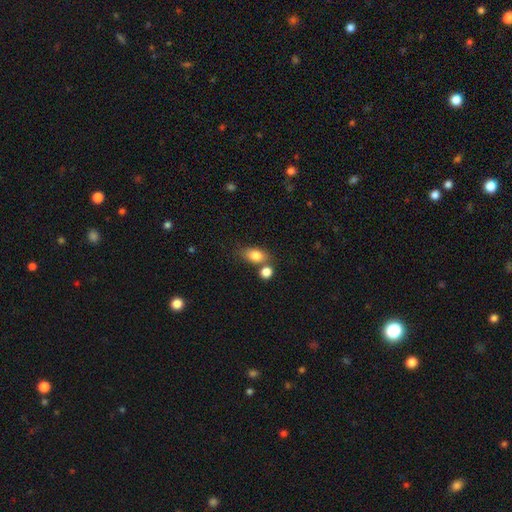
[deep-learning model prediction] Morphology: type=smooth (82%); roundness=in between (78%); merging=none (57%).